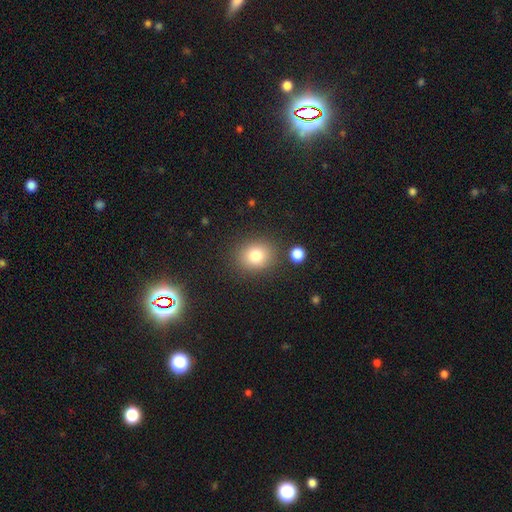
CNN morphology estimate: A smooth galaxy with no disk features (80%) that is round (66%).

Vote fractions:
- Smooth or featured? smooth: 80% / star or artifact: 12% / featured or disk: 8%
- How rounded? round: 66% / in between: 33% / cigar-shaped: 1%
- Merging? none: 83% / minor disturbance: 9% / merger: 4% / major disturbance: 4%